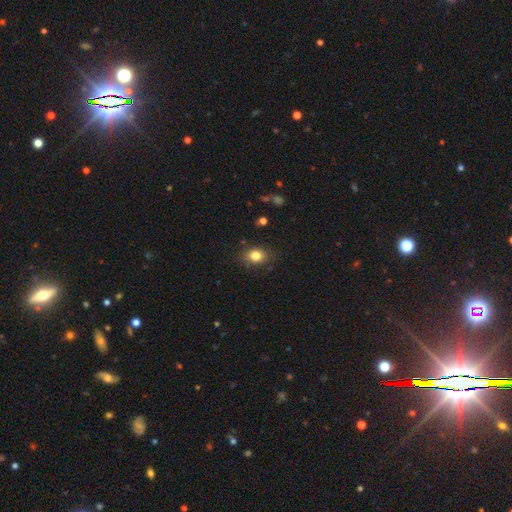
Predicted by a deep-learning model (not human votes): Morphology: type=smooth (82%); roundness=in between (57%); merging=none (82%).